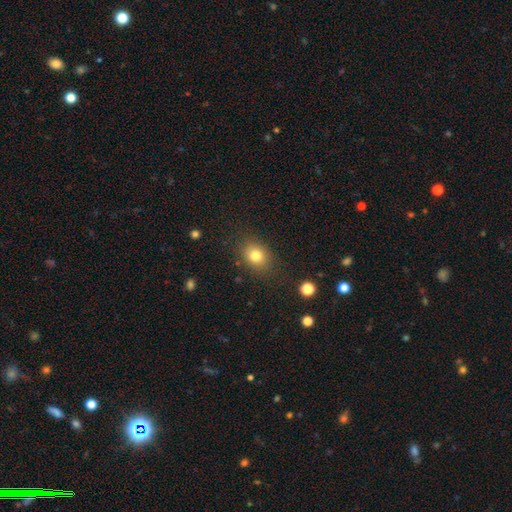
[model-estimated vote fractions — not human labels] Smooth or featured? Predicted: smooth (p=0.79). How rounded? Predicted: round (p=0.51). Merging? Predicted: none (p=0.82).